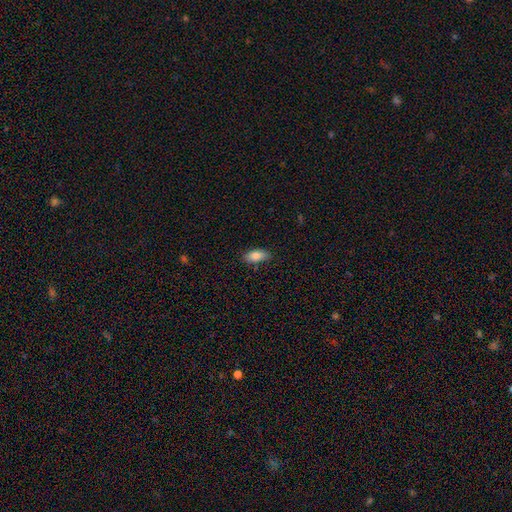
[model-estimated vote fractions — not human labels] Overall: smooth (84%). How rounded: in between (88%). Merging: none (81%).